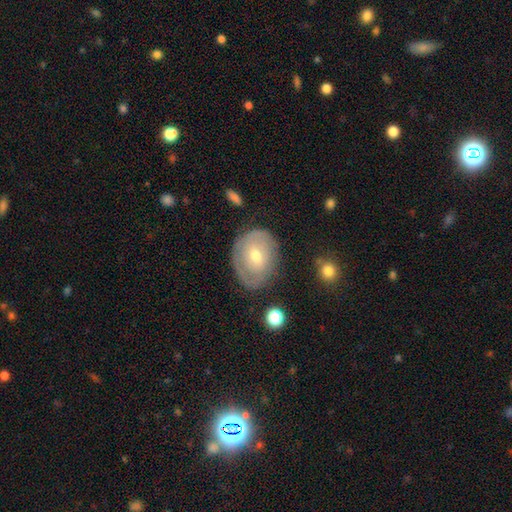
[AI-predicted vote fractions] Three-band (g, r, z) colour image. It shows a featured or disk galaxy (59%) with no bar (64%), spiral arms (63%) and a moderate central bulge (52%). Merging: none (69%).